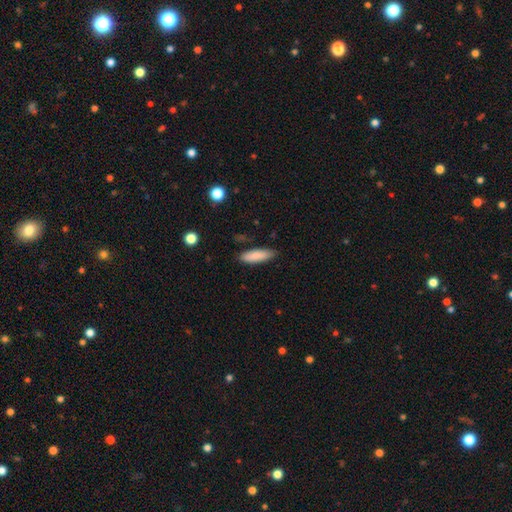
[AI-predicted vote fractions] Smooth or featured?
  - smooth: 86% *
  - featured or disk: 8%
  - star or artifact: 6%
How rounded?
  - cigar-shaped: 54% *
  - in between: 45%
  - round: 2%
Merging?
  - none: 84% *
  - minor disturbance: 12%
  - major disturbance: 2%
  - merger: 2%